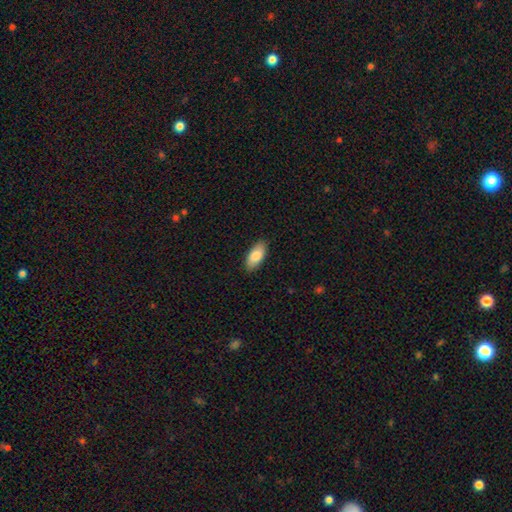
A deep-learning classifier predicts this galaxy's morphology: This appears to be a smooth galaxy with no disk features (84%) that is in between round and cigar-shaped (88%). Merging: none (88%).